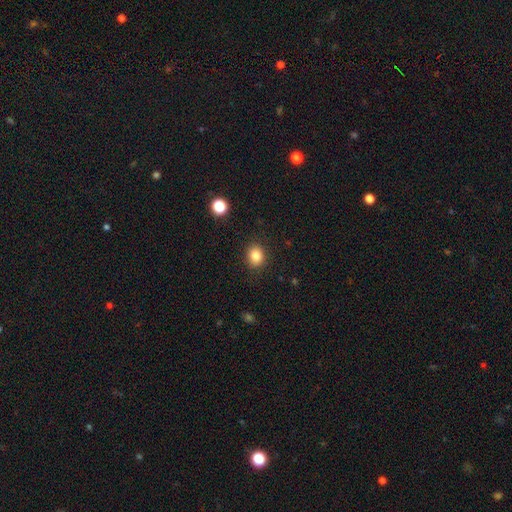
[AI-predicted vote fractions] This is clearly a smooth galaxy (84%). How rounded: possibly round (60%). Merging: clearly none (87%).